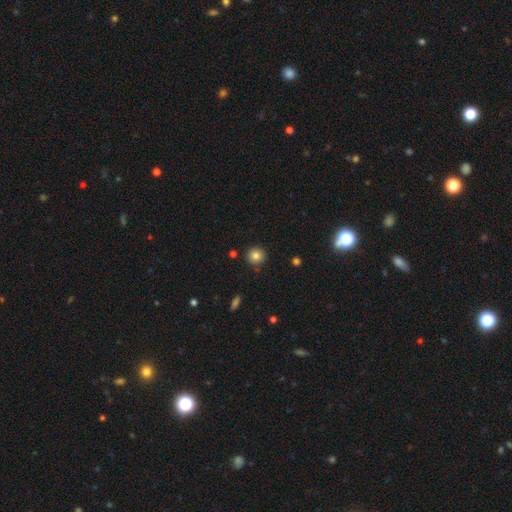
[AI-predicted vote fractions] smooth 82%, star or artifact 11%, featured or disk 7%. Down the decision tree: how rounded — round (92%); merging — none (89%).